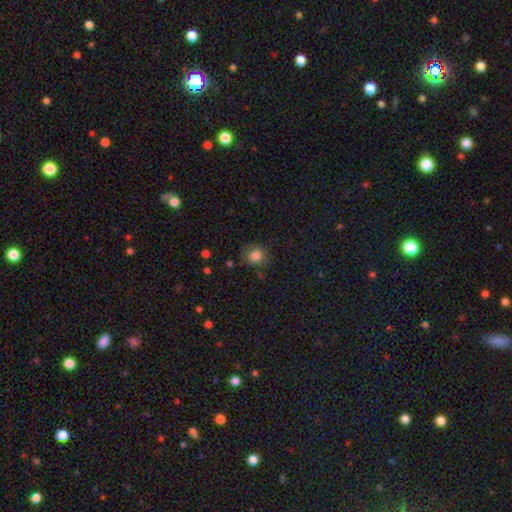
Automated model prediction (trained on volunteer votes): This appears to be a smooth galaxy with no disk features (80%) that is round (82%). Merging: none (72%).